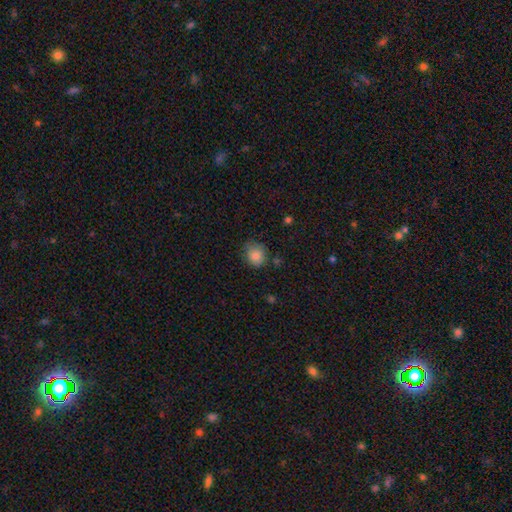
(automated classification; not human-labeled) A smooth galaxy with no disk features (86%) that is round (77%).

Vote fractions:
- Smooth or featured? smooth: 86% / star or artifact: 9% / featured or disk: 5%
- How rounded? round: 77% / in between: 22% / cigar-shaped: 1%
- Merging? none: 69% / minor disturbance: 23% / major disturbance: 5% / merger: 3%